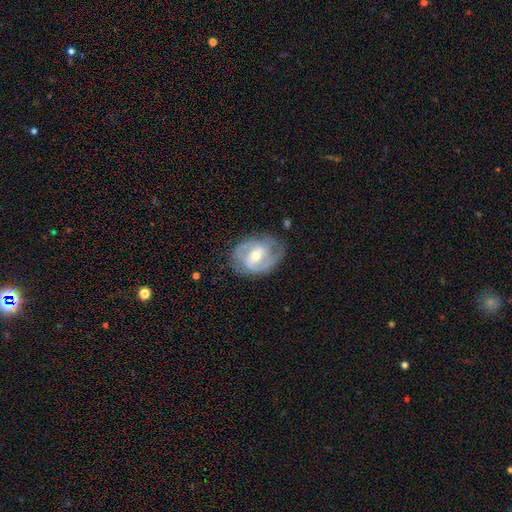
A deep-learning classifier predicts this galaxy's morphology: Smooth or featured? Predicted: featured or disk (p=0.81). Edge-on disk? Predicted: no (p=0.96). Bar? Predicted: weak (p=0.47). Spiral arms? Predicted: yes (p=0.90). Spiral winding? Predicted: medium (p=0.47). Spiral arm count? Predicted: 2 (p=0.73). Bulge size? Predicted: moderate (p=0.58). Merging? Predicted: none (p=0.72).